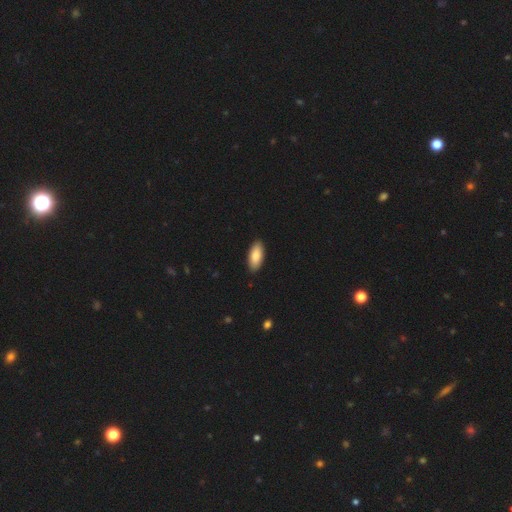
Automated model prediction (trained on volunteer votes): This is clearly a smooth galaxy (85%). How rounded: clearly in between (87%). Merging: clearly none (90%).